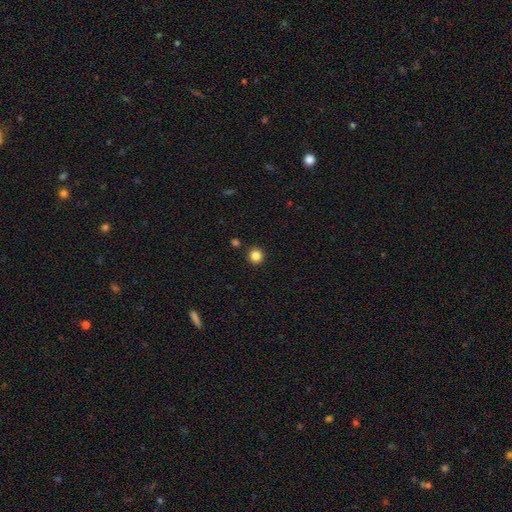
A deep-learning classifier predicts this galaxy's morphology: A smooth galaxy with no disk features (85%) that is round (92%). Merging: none (91%).